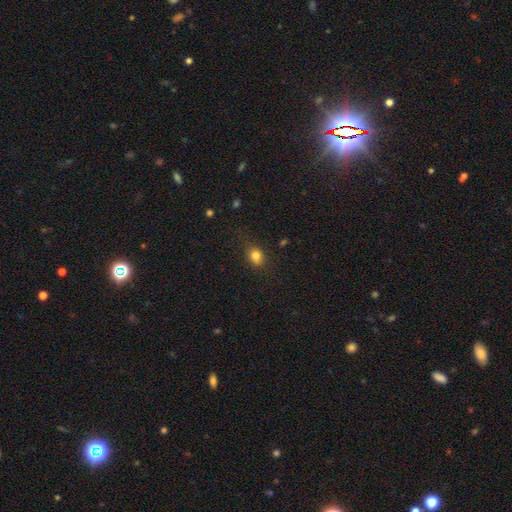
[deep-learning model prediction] Smooth or featured?
  - smooth: 80% *
  - star or artifact: 12%
  - featured or disk: 8%
How rounded?
  - in between: 54% *
  - round: 44%
  - cigar-shaped: 2%
Merging?
  - none: 72% *
  - minor disturbance: 20%
  - major disturbance: 6%
  - merger: 2%